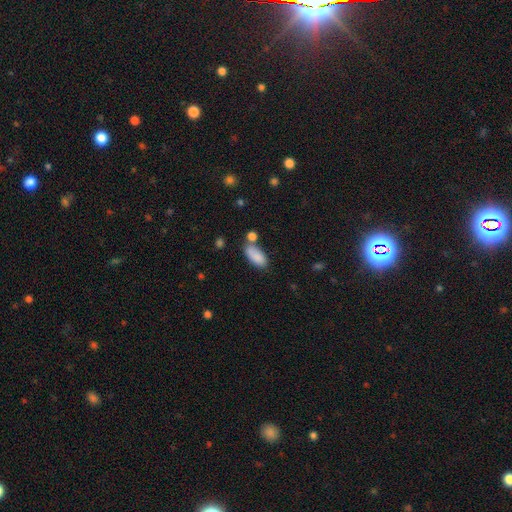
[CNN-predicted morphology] smooth-or-featured: smooth: 86% | star or artifact: 7% | featured or disk: 7%
  how-rounded: in between: 89% | cigar-shaped: 9% | round: 3%
  merging: none: 59% | merger: 19% | minor disturbance: 17% | major disturbance: 5%